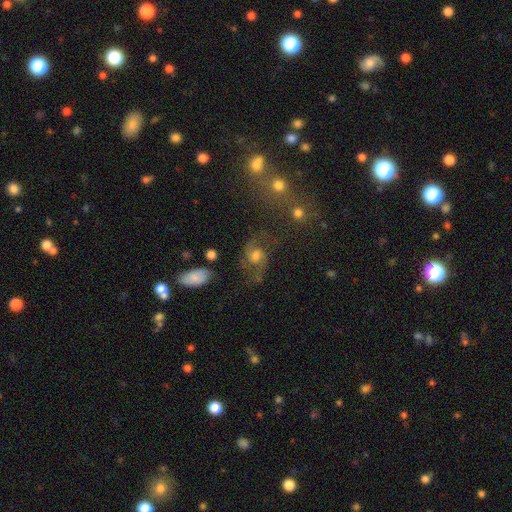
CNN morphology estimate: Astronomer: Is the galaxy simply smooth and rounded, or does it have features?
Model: featured or disk — 66%.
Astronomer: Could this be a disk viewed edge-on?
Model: no — 96%.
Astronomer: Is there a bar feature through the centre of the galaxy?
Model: no — 64%.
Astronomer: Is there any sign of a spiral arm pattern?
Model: yes — 91%.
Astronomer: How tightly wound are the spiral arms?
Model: medium — 46% (runner-up: loose, 43%).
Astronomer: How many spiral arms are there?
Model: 2 — 88%.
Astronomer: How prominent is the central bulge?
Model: moderate — 59%.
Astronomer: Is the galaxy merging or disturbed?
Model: none — 60%.